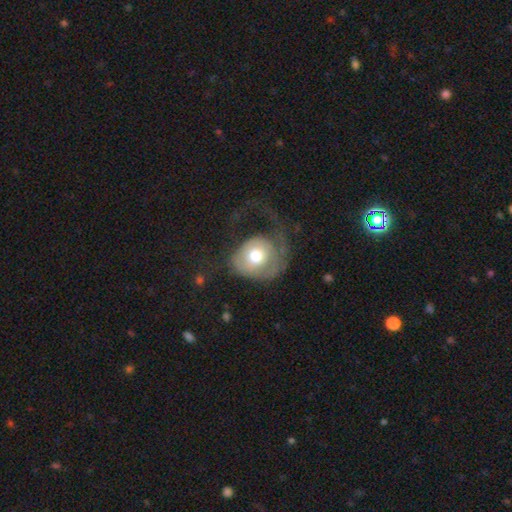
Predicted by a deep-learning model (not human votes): A smooth galaxy with no disk features (52%) that is round (72%). Merging: major disturbance (54%).